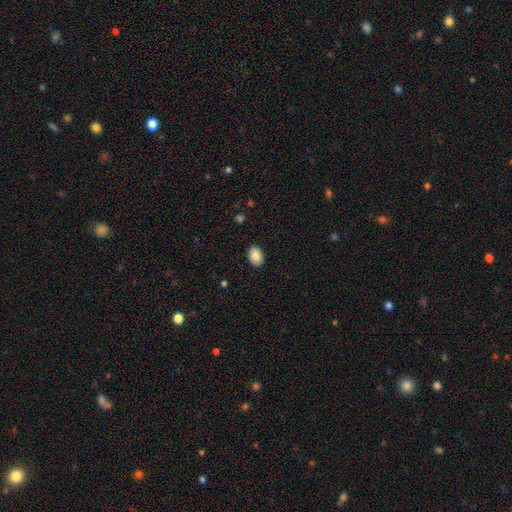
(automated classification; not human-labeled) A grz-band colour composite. It shows a smooth galaxy with no disk features (83%) that is in between round and cigar-shaped (83%). Merging: none (89%).